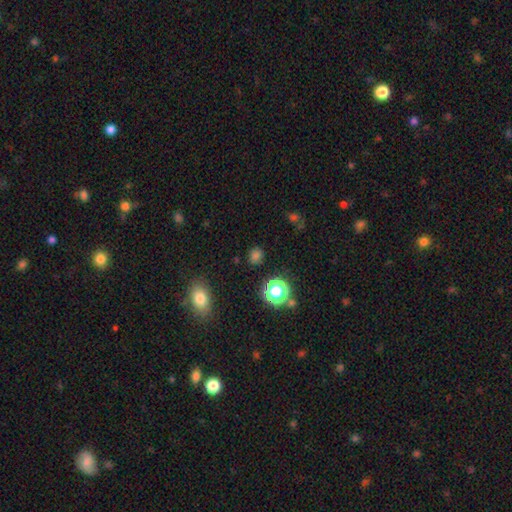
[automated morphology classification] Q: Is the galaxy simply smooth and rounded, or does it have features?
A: smooth — 70%.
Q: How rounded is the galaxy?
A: round — 76%.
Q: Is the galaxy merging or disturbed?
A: none — 84%.